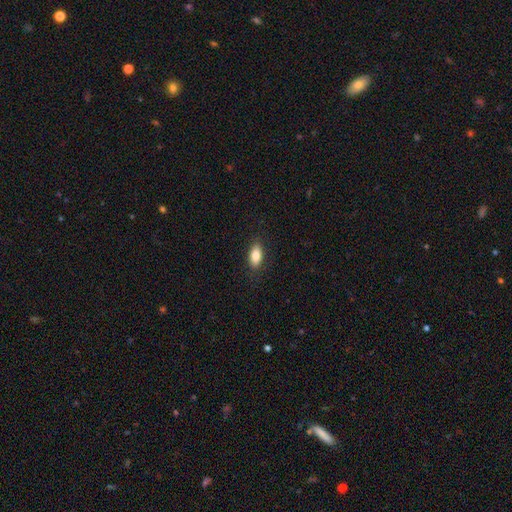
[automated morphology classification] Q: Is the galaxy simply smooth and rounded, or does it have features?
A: smooth — 84%.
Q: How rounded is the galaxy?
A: in between — 88%.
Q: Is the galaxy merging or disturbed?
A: none — 86%.